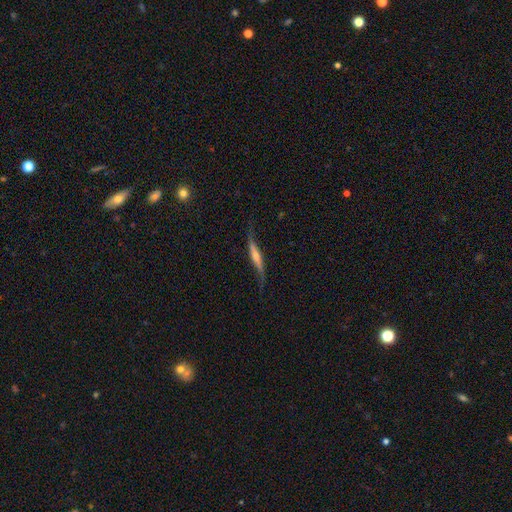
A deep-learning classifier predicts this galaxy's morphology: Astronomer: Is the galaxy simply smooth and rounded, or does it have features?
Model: featured or disk — 70%.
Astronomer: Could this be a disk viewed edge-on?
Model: yes — 77%.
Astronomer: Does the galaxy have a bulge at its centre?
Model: rounded — 60%.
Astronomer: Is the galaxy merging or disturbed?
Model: none — 65%.